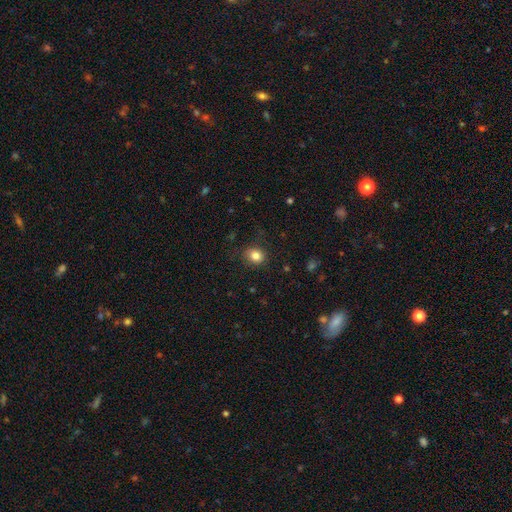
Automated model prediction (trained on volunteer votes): The model was most divided on "how rounded": round: 64%, in between: 35%, cigar-shaped: 1%. More confident: merging — none (84%); smooth or featured — smooth (83%).